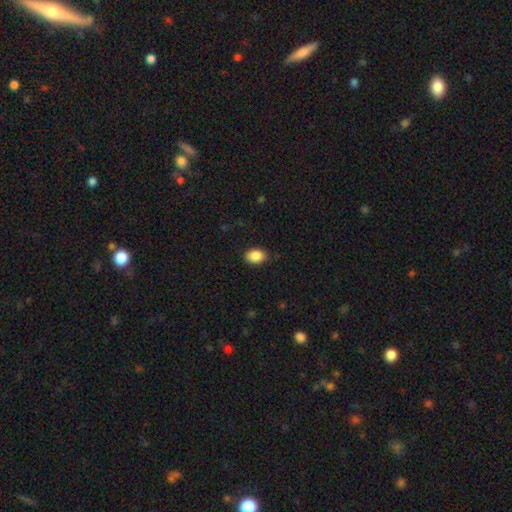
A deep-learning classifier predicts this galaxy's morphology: Smooth or featured: smooth — 88% (star or artifact — 8%)
How rounded: in between — 81% (round — 18%)
Merging: none — 87% (minor disturbance — 10%)